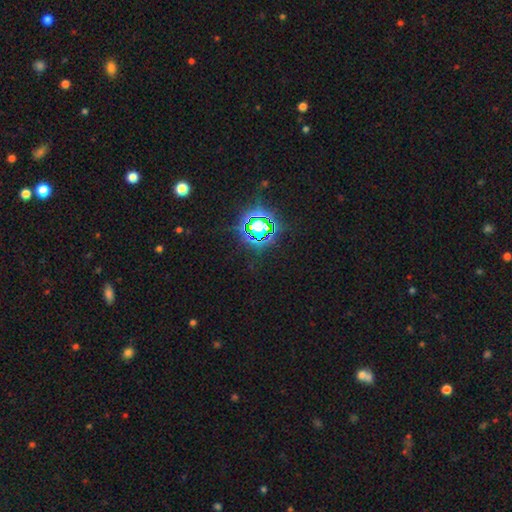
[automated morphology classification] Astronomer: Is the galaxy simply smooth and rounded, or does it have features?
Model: star or artifact — 80%.